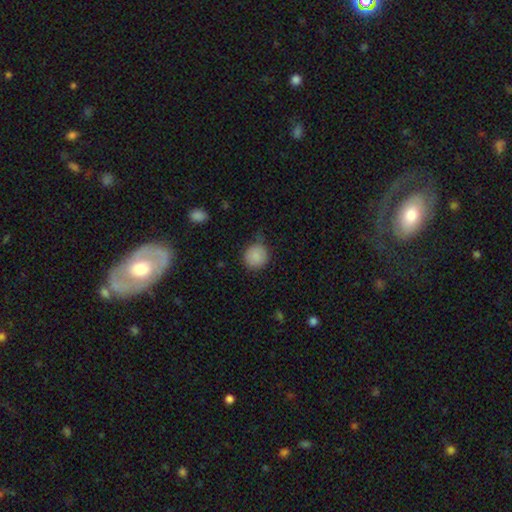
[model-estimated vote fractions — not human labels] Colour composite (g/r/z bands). It shows a smooth galaxy with no disk features (87%) that is round (90%). Merging: none (70%).